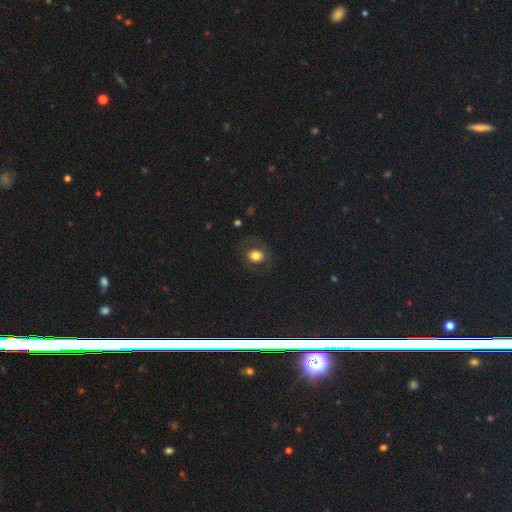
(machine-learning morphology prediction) type=smooth (70%); roundness=round (61%); merging=none (79%).